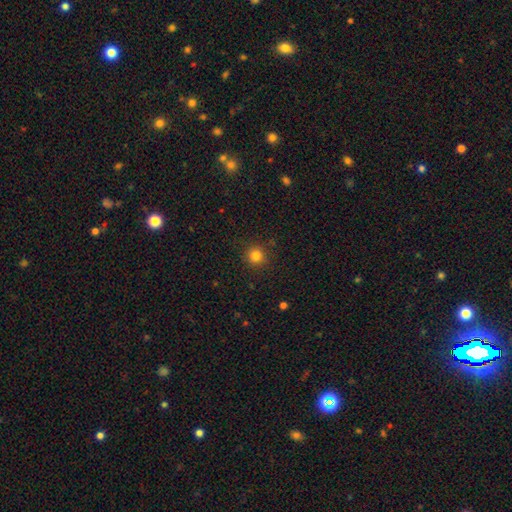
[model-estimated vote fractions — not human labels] The model was most divided on "smooth or featured": smooth: 83%, star or artifact: 13%, featured or disk: 5%. More confident: how rounded — round (94%); merging — none (90%).